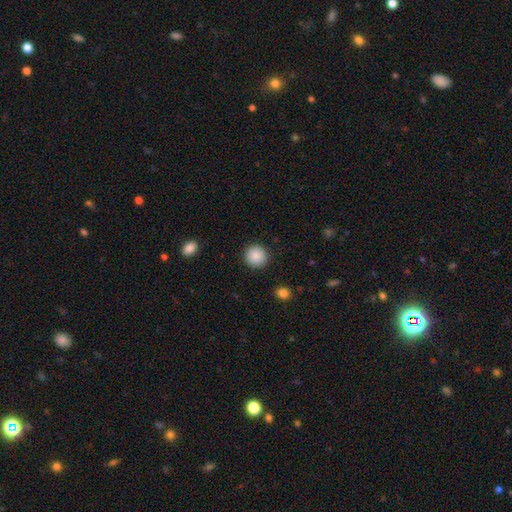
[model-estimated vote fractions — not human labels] This appears to be a smooth galaxy with no disk features (89%) that is round (95%). Merging: none (92%).